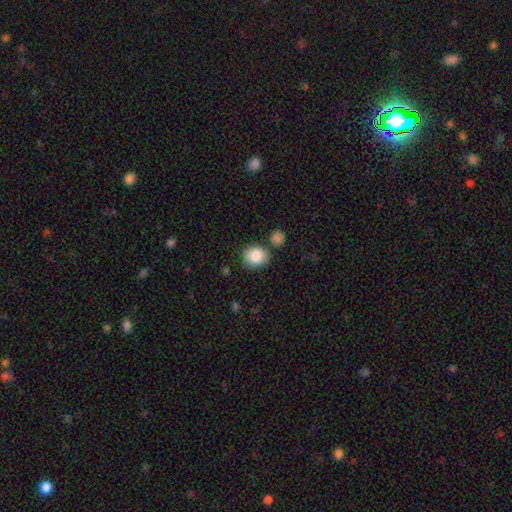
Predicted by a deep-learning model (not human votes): smooth 88%, star or artifact 8%, featured or disk 5%. Down the decision tree: how rounded — round (70%); merging — none (75%).